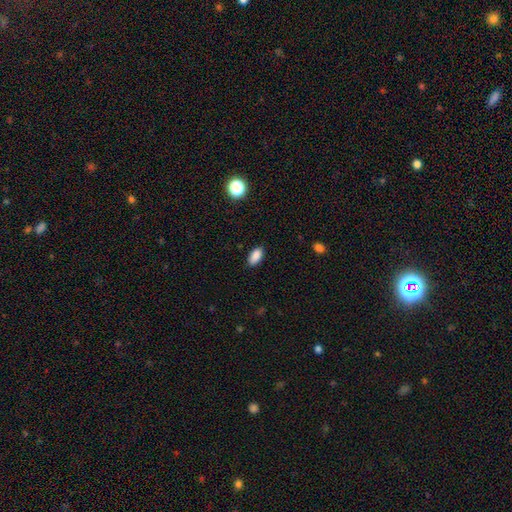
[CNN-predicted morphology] Smooth or featured? smooth (88%)
How rounded? in between (91%)
Merging? none (86%)